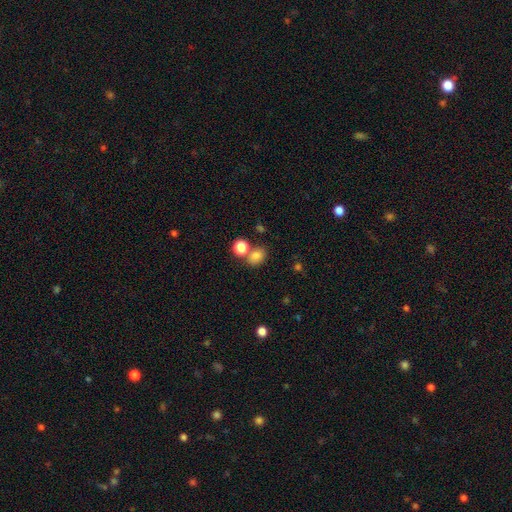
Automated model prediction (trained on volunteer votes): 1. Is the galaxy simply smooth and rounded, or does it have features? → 80% smooth, 14% star or artifact, 6% featured or disk.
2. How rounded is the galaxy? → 50% in between, 49% round, 1% cigar-shaped.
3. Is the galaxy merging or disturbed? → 62% none, 23% merger, 11% minor disturbance, 4% major disturbance.